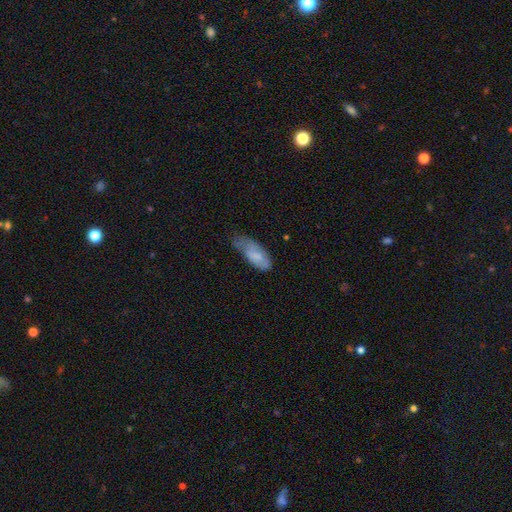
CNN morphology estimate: This appears to be a smooth galaxy with no disk features (73%) that is in between round and cigar-shaped (81%). Merging: minor disturbance (45%).